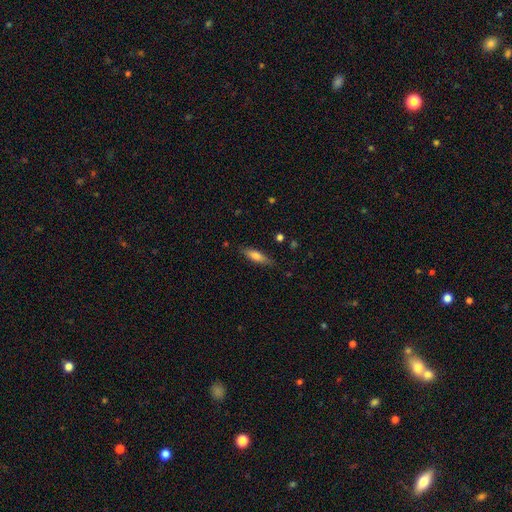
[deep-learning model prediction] Smooth or featured?
  - smooth: 71% *
  - featured or disk: 22%
  - star or artifact: 7%
How rounded?
  - cigar-shaped: 58% *
  - in between: 40%
  - round: 2%
Merging?
  - none: 82% *
  - minor disturbance: 14%
  - major disturbance: 3%
  - merger: 2%